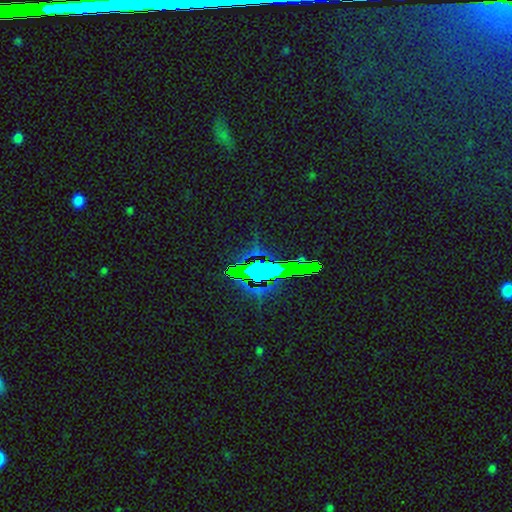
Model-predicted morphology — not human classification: Smooth or featured? star or artifact (82%)